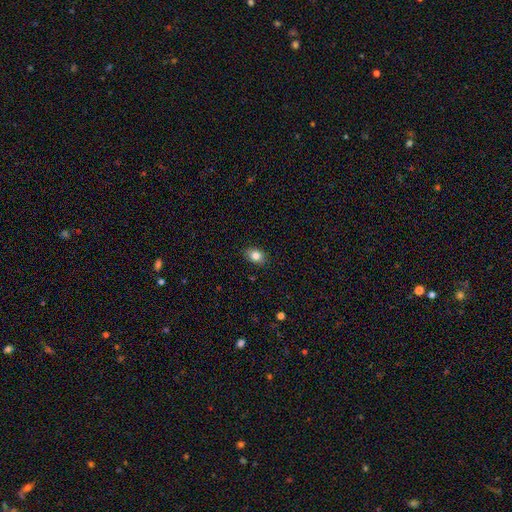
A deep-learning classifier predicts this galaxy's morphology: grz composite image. It shows a smooth galaxy with no disk features (83%) that is in between round and cigar-shaped (68%). Merging: none (87%).